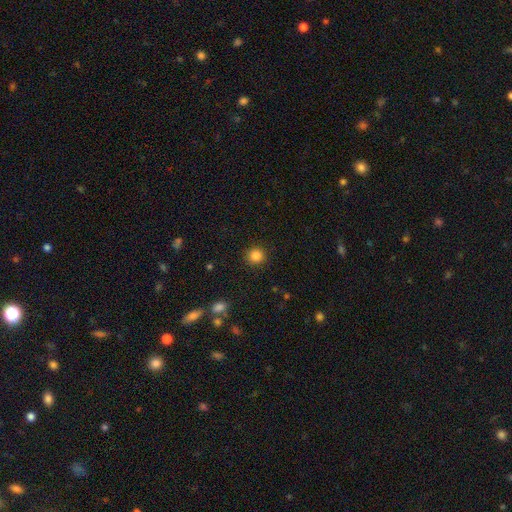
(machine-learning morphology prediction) Smooth or featured?
  - smooth: 85% *
  - star or artifact: 11%
  - featured or disk: 4%
How rounded?
  - round: 92% *
  - in between: 7%
  - cigar-shaped: 1%
Merging?
  - none: 91% *
  - minor disturbance: 6%
  - major disturbance: 2%
  - merger: 1%